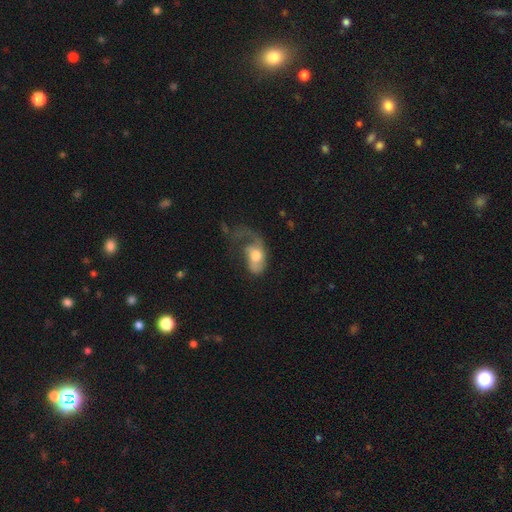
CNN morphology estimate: Smooth or featured? featured or disk (58%)
Edge-on disk? no (95%)
Bar? no (72%)
Spiral arms? yes (77%)
Bulge size? moderate (56%)
Merging? major disturbance (59%)